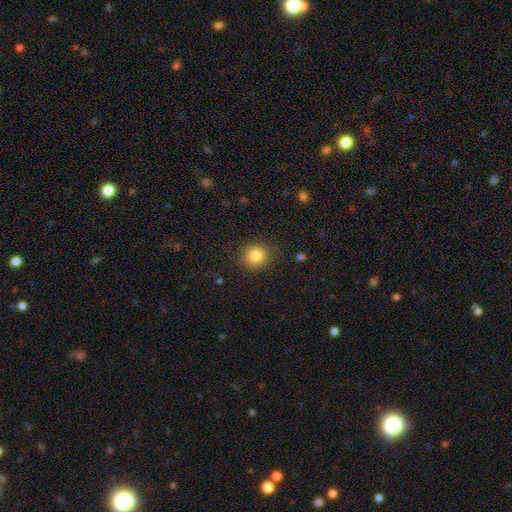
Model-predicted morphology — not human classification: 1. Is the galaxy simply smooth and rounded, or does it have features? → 83% smooth, 11% star or artifact, 6% featured or disk.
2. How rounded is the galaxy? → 86% round, 13% in between, 1% cigar-shaped.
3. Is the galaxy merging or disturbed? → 88% none, 8% minor disturbance, 3% major disturbance, 1% merger.